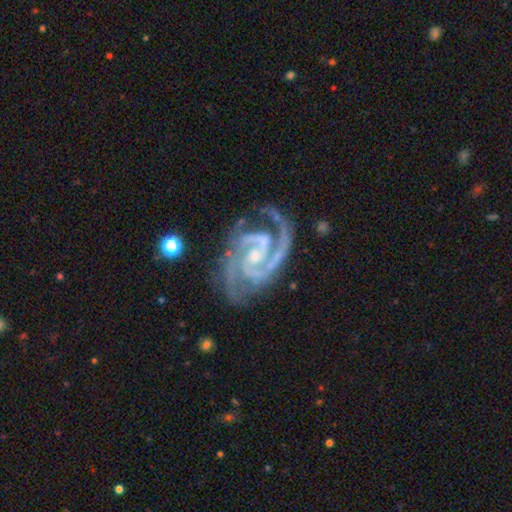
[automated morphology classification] This appears to be a featured or disk galaxy (94%) with no bar (44%), 2 (59%) tight (52%) spiral arms (99%) and a small central bulge (63%). Merging: none (68%).